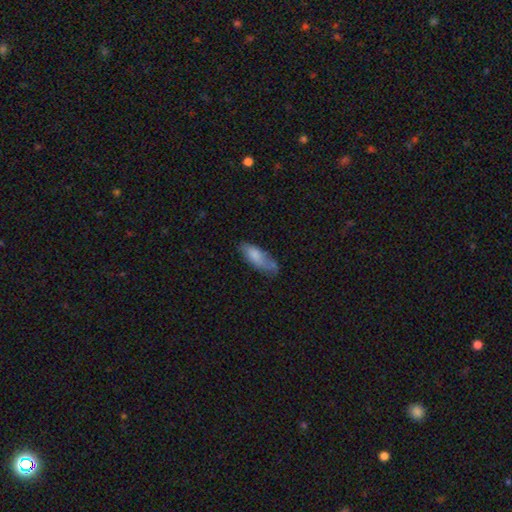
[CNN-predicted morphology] smooth_or_featured: smooth (p=0.74) [alt: featured or disk p=0.20]
how_rounded: in between (p=0.72) [alt: cigar-shaped p=0.26]
merging: none (p=0.49) [alt: minor disturbance p=0.33]